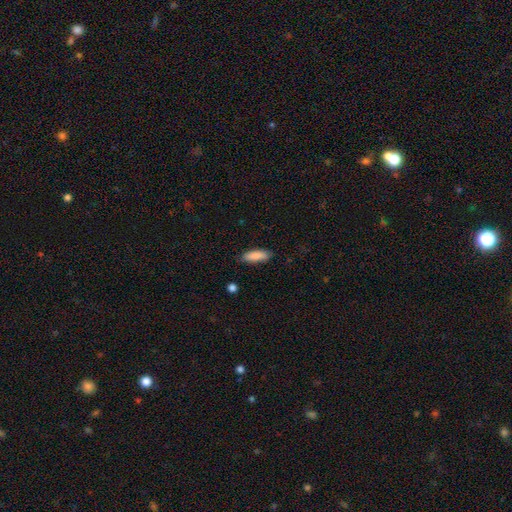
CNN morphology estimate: The model was most divided on "how rounded": in between: 55%, cigar-shaped: 43%, round: 2%. More confident: smooth or featured — smooth (87%); merging — none (83%).